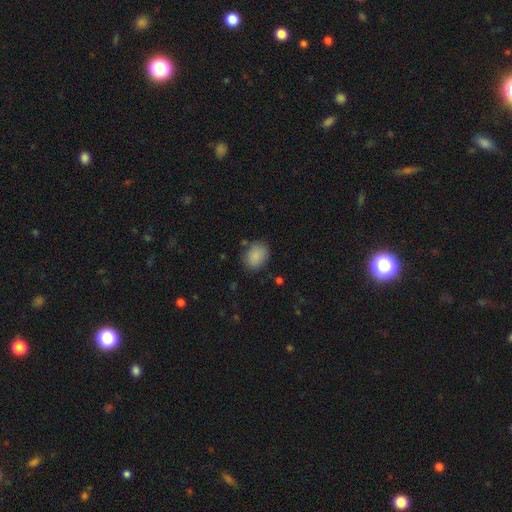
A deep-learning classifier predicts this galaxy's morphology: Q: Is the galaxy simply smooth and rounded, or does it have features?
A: smooth — 87%.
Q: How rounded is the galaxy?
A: in between — 64%.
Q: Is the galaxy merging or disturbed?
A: none — 78%.